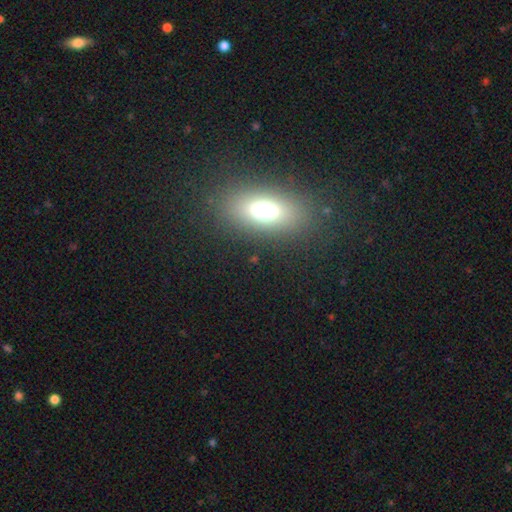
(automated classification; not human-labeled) A smooth galaxy with no disk features (68%) that is in between round and cigar-shaped (79%). Merging: none (89%).